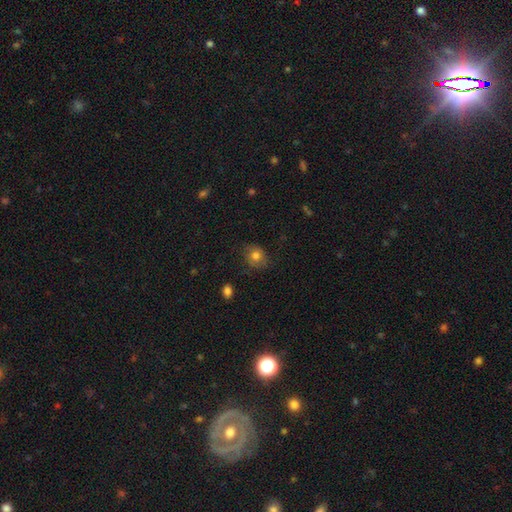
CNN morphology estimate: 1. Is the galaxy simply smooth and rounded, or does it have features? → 78% smooth, 11% featured or disk, 11% star or artifact.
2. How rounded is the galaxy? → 73% round, 26% in between, 1% cigar-shaped.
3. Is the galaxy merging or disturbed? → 74% none, 19% minor disturbance, 5% major disturbance, 1% merger.